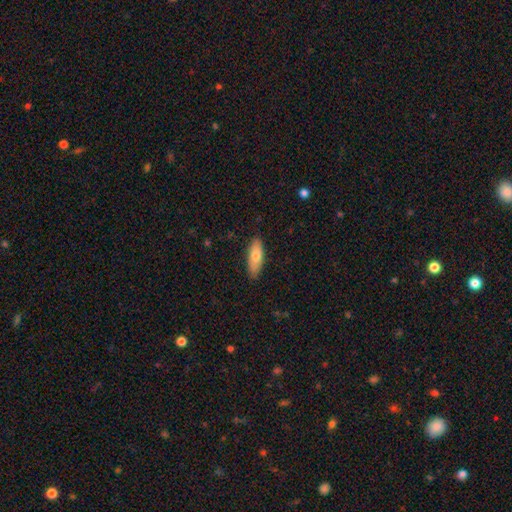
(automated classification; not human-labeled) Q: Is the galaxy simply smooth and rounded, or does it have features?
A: smooth — 74%.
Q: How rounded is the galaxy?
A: in between — 63%.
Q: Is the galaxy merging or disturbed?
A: none — 86%.